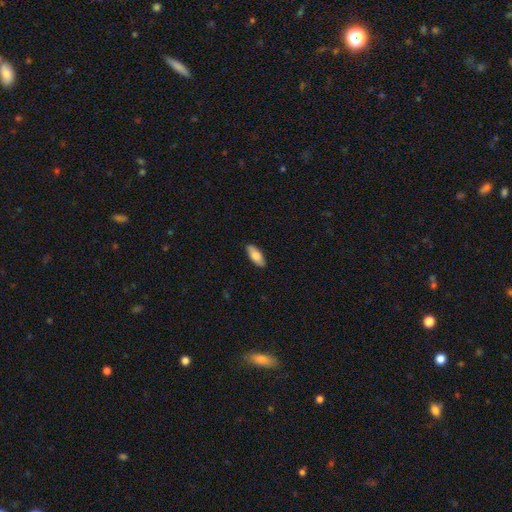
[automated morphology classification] A smooth galaxy with no disk features (81%) that is in between round and cigar-shaped (81%). Merging: none (87%).